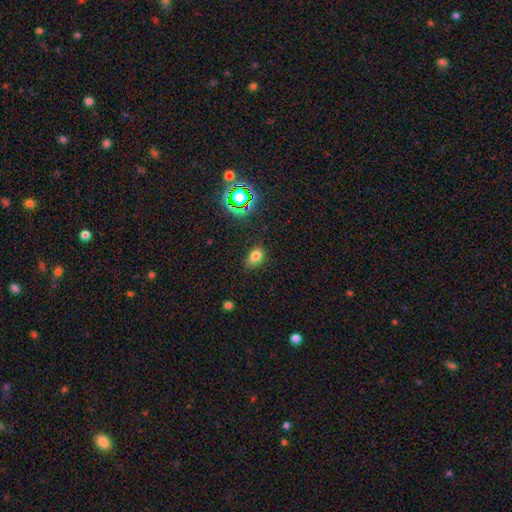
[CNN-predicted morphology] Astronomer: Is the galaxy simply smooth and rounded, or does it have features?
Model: smooth — 74%.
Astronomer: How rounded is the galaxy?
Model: in between — 77%.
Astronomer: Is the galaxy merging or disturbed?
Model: none — 70%.